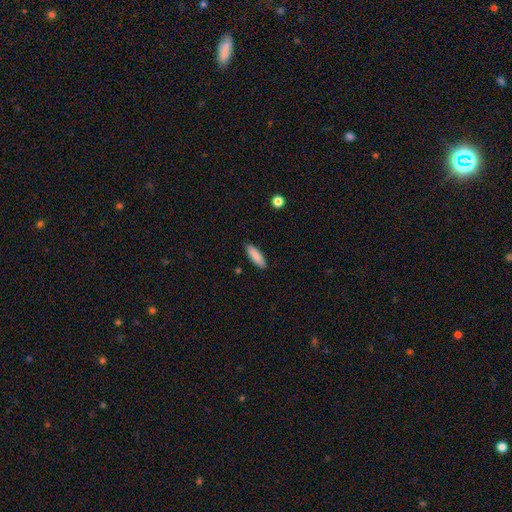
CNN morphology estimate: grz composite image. It shows a smooth galaxy with no disk features (87%) that is cigar-shaped (54%). Merging: none (88%).